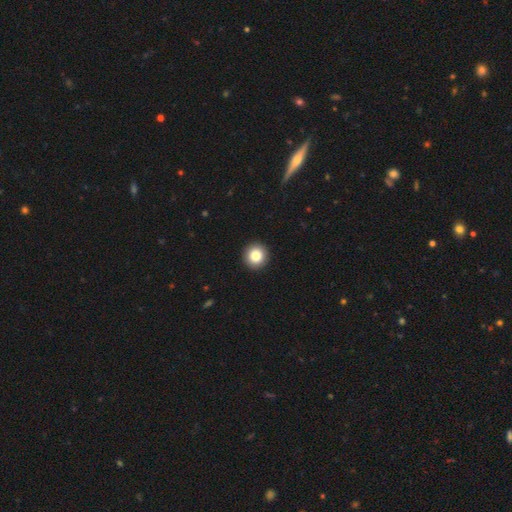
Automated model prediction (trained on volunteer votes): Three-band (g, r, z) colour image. It shows a smooth galaxy with no disk features (83%) that is round (95%). Merging: none (94%).